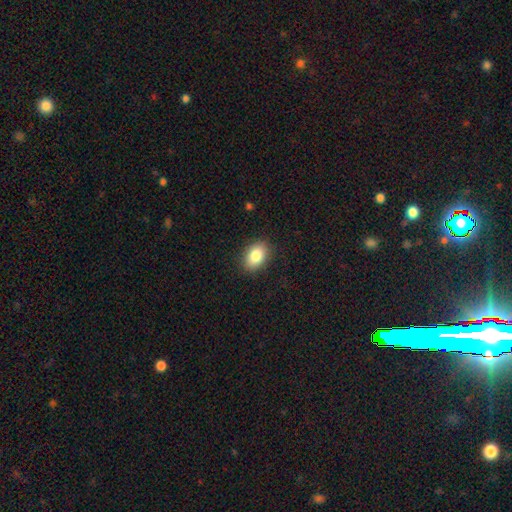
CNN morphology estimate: This appears to be a smooth galaxy with no disk features (85%) that is in between round and cigar-shaped (86%). Merging: none (88%).